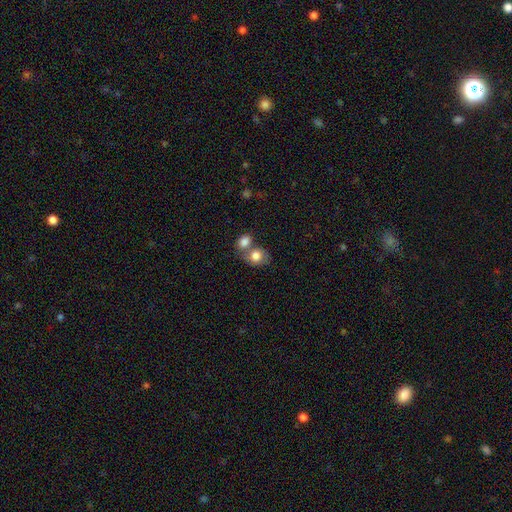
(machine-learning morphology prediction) Smooth or featured?
  - smooth: 78% *
  - featured or disk: 14%
  - star or artifact: 8%
How rounded?
  - round: 51% *
  - in between: 48%
  - cigar-shaped: 1%
Merging?
  - merger: 53% *
  - none: 32%
  - minor disturbance: 10%
  - major disturbance: 5%